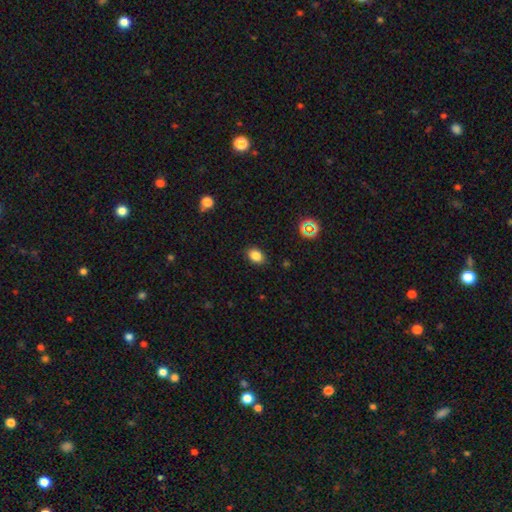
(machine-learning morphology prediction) Smooth or featured? Predicted: smooth (p=0.83). How rounded? Predicted: in between (p=0.72). Merging? Predicted: none (p=0.86).